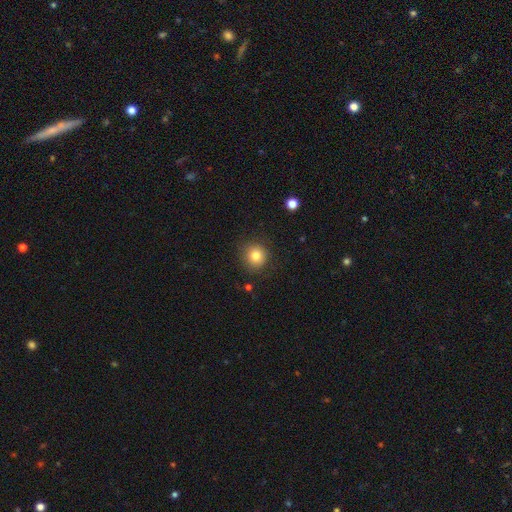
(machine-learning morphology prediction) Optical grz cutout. It shows a smooth galaxy with no disk features (81%) that is round (91%). Merging: none (87%).